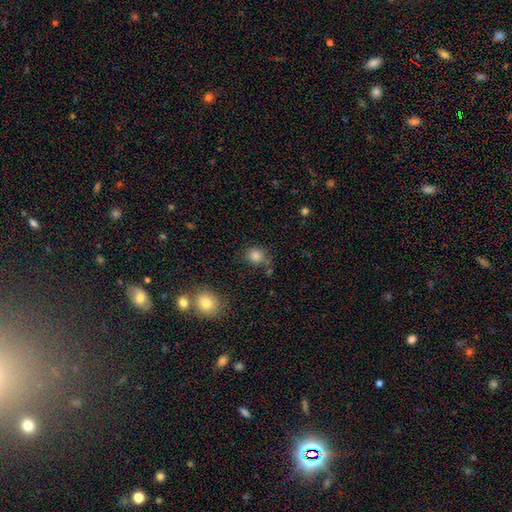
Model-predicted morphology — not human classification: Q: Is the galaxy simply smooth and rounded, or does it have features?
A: smooth — 82%.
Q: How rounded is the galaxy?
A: round — 79%.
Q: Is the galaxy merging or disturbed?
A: none — 69%.